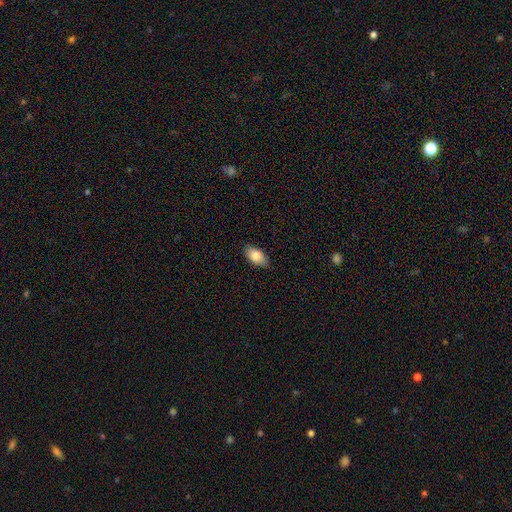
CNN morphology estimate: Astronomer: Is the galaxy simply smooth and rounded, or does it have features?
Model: smooth — 83%.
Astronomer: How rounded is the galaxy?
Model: in between — 92%.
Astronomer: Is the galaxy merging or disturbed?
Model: none — 86%.